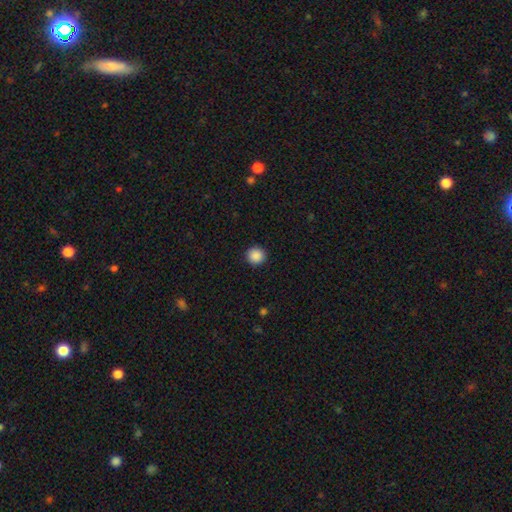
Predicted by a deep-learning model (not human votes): smooth-or-featured: smooth: 89% | star or artifact: 9% | featured or disk: 2%
  how-rounded: round: 95% | in between: 4% | cigar-shaped: 1%
  merging: none: 93% | minor disturbance: 5% | major disturbance: 2% | merger: 1%